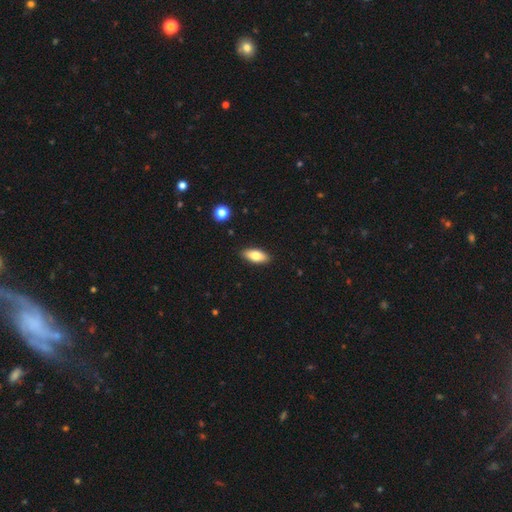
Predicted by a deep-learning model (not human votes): Smooth or featured? smooth (77%)
How rounded? in between (84%)
Merging? none (89%)